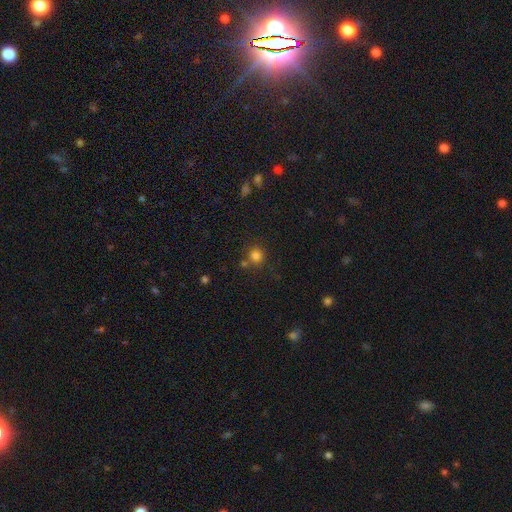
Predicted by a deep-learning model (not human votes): smooth_or_featured: smooth (p=0.80) [alt: star or artifact p=0.14]
how_rounded: round (p=0.92) [alt: in between p=0.07]
merging: none (p=0.72) [alt: merger p=0.15]